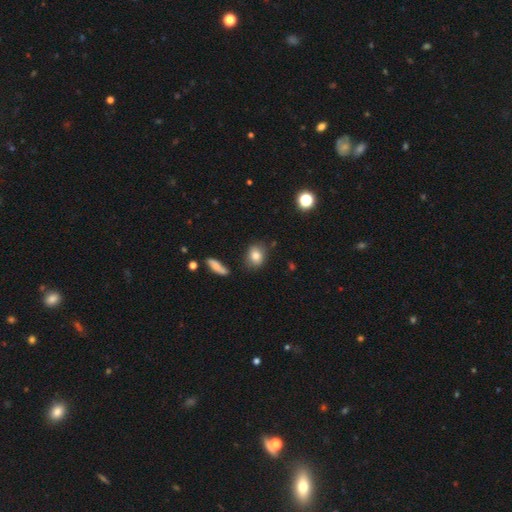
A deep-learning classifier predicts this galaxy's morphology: A smooth galaxy with no disk features (80%) that is in between round and cigar-shaped (51%). Merging: none (75%).